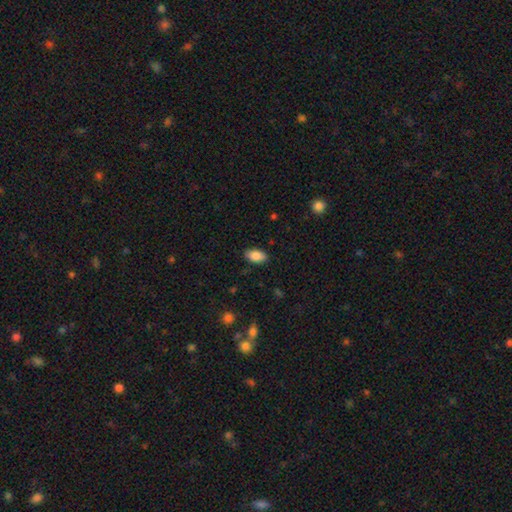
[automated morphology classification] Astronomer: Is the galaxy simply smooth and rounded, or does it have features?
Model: smooth — 86%.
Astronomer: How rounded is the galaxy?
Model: in between — 93%.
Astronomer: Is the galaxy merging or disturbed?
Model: none — 86%.